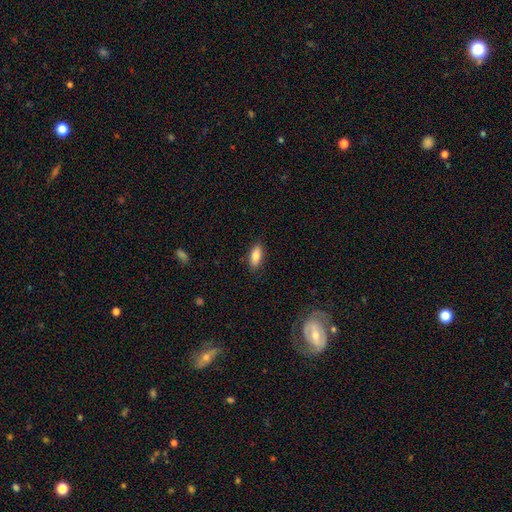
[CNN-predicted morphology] smooth_or_featured: smooth (p=0.81) [alt: featured or disk p=0.12]
how_rounded: in between (p=0.81) [alt: cigar-shaped p=0.16]
merging: none (p=0.87) [alt: minor disturbance p=0.10]